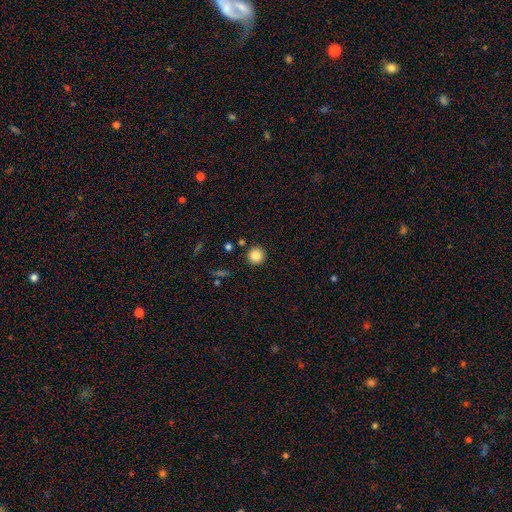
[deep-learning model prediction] A smooth galaxy with no disk features (86%) that is round (95%).

Vote fractions:
- Smooth or featured? smooth: 86% / star or artifact: 10% / featured or disk: 5%
- How rounded? round: 95% / in between: 4% / cigar-shaped: 1%
- Merging? none: 91% / minor disturbance: 5% / merger: 2% / major disturbance: 2%